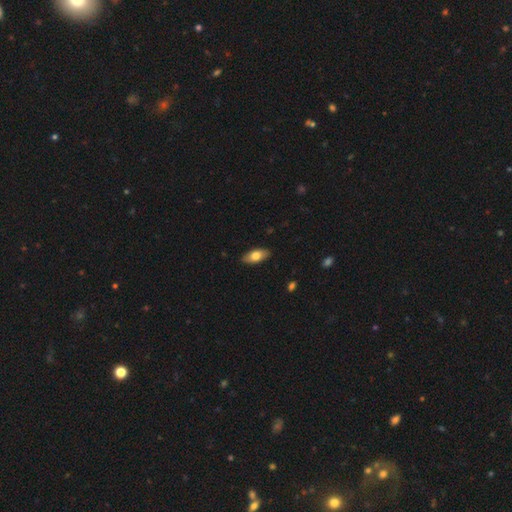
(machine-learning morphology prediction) A smooth galaxy with no disk features (76%) that is in between round and cigar-shaped (89%). Merging: none (88%).